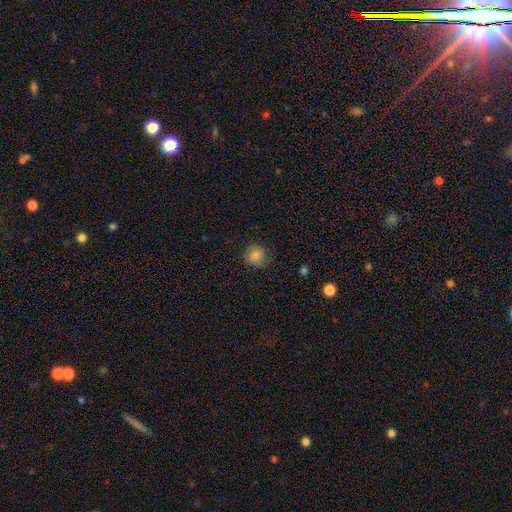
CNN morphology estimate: Smooth or featured: smooth — 83% (star or artifact — 10%)
How rounded: round — 86% (in between — 13%)
Merging: none — 83% (minor disturbance — 13%)